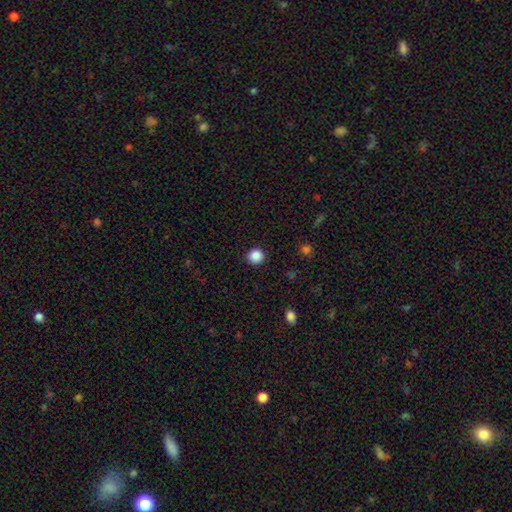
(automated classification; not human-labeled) smooth 87%, star or artifact 11%, featured or disk 2%. Down the decision tree: how rounded — round (93%); merging — none (92%).